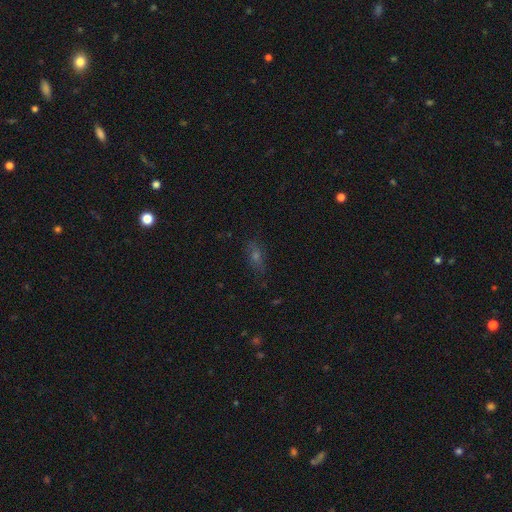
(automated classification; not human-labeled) smooth_or_featured: smooth (p=0.42) [alt: star or artifact p=0.33]
merging: none (p=0.79) [alt: minor disturbance p=0.14]